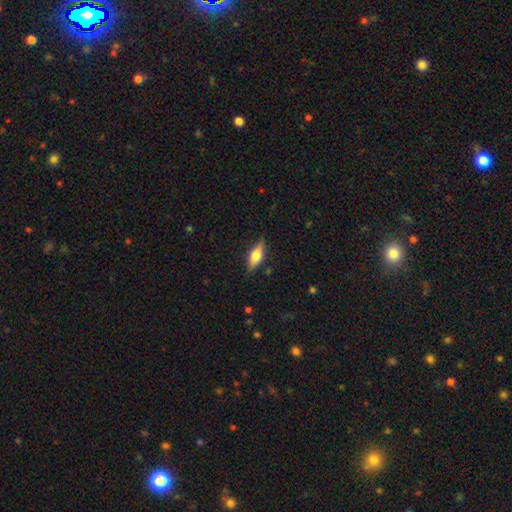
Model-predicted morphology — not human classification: The model was most divided on "smooth or featured": smooth: 53%, featured or disk: 40%, star or artifact: 7%. More confident: merging — none (83%); how rounded — in between (65%).